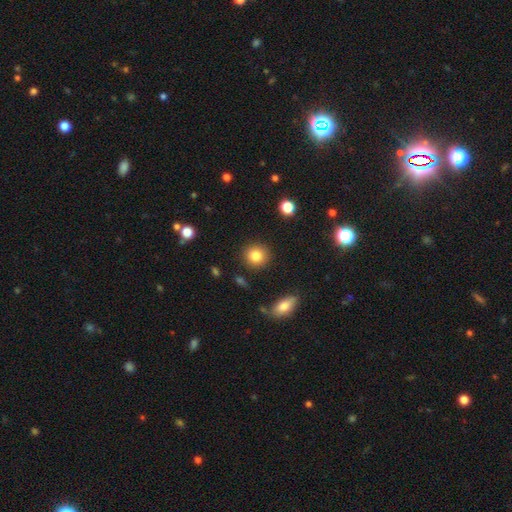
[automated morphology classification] This appears to be a smooth galaxy with no disk features (84%) that is round (89%). Merging: none (89%).